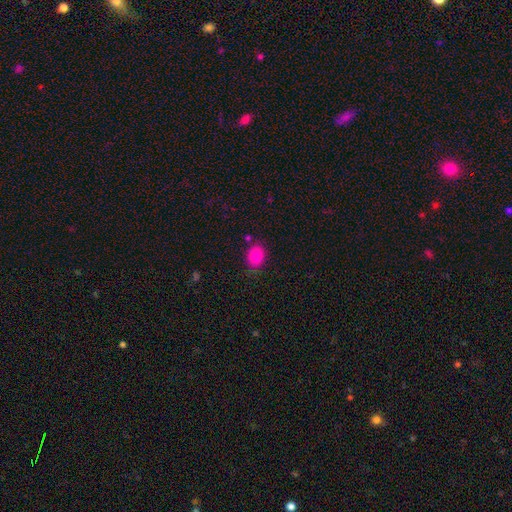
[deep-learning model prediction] Smooth or featured? smooth (85%)
How rounded? in between (67%)
Merging? none (79%)